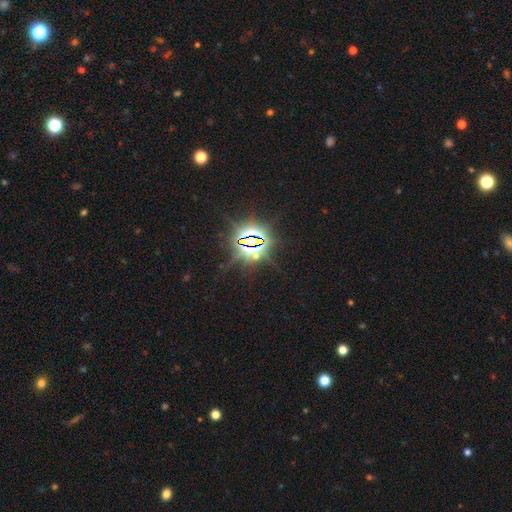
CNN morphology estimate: type=star or artifact (86%).